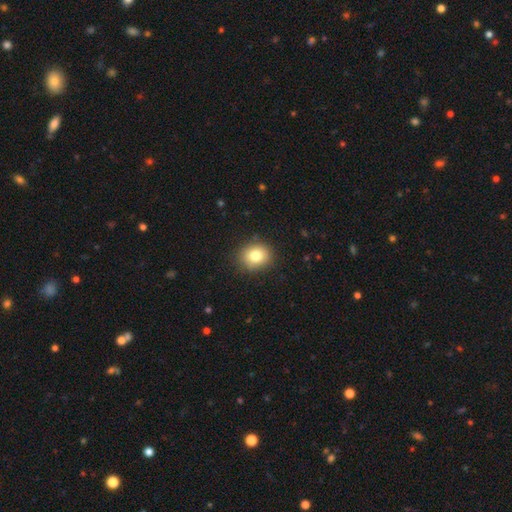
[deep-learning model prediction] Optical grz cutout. It shows a smooth galaxy with no disk features (80%) that is round (67%). Merging: none (87%).